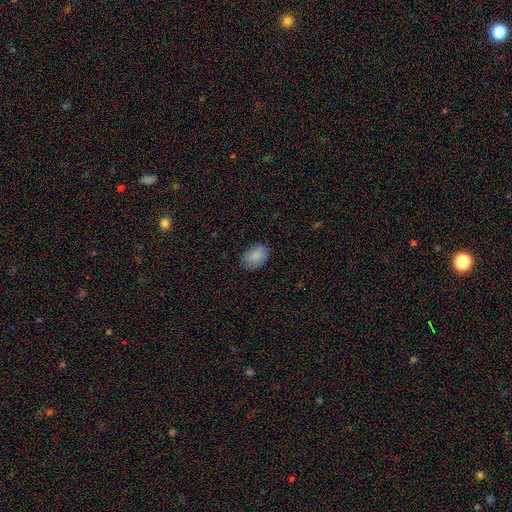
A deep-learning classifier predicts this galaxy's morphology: Q: Smooth or featured?
A: smooth (87%); runner-up: star or artifact (7%)
Q: How rounded?
A: in between (81%); runner-up: round (18%)
Q: Merging?
A: none (82%); runner-up: minor disturbance (14%)